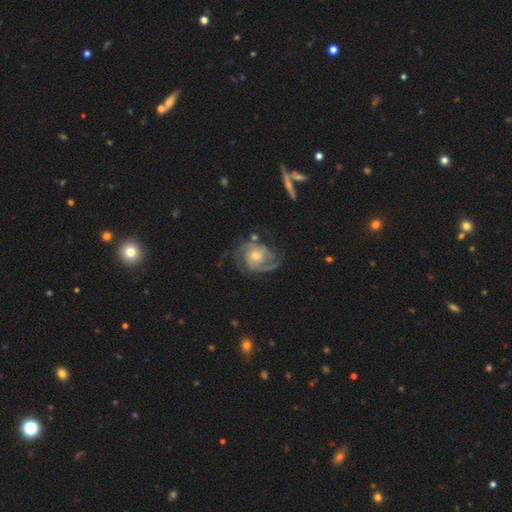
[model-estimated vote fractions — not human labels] The model was most divided on "spiral winding": medium: 47%, tight: 38%, loose: 15%. More confident: edge-on disk — no (98%); spiral arms — yes (97%); smooth or featured — featured or disk (88%); spiral arm count — 2 (74%); bar — no (69%); merging — none (68%); bulge size — moderate (53%).